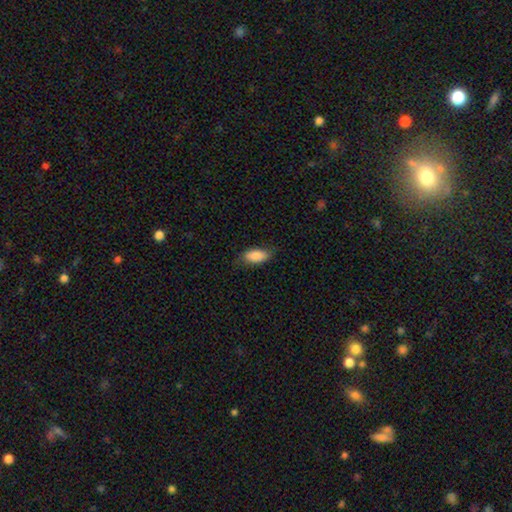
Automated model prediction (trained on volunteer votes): Smooth or featured? smooth (85%)
How rounded? in between (89%)
Merging? none (74%)